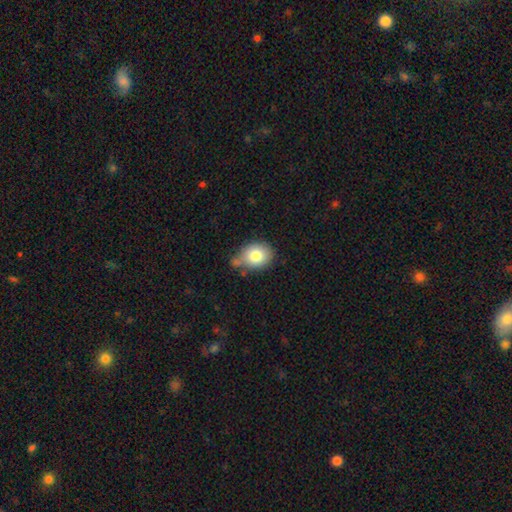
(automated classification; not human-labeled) This is clearly a smooth galaxy (80%). How rounded: possibly in between (50%). Merging: possibly none (55%).